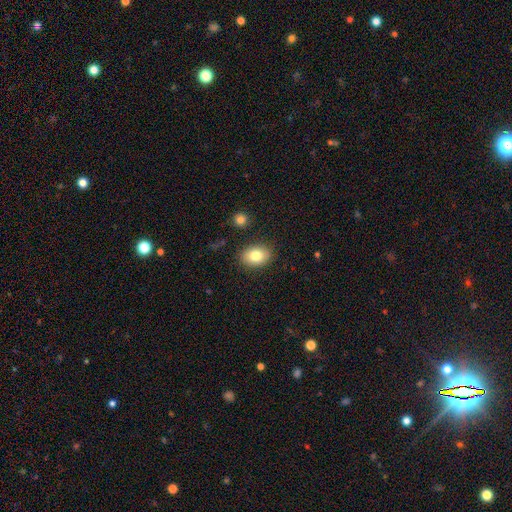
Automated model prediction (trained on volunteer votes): smooth-or-featured: smooth: 81% | featured or disk: 11% | star or artifact: 8%
  how-rounded: in between: 79% | round: 20% | cigar-shaped: 1%
  merging: none: 87% | minor disturbance: 9% | major disturbance: 2% | merger: 2%